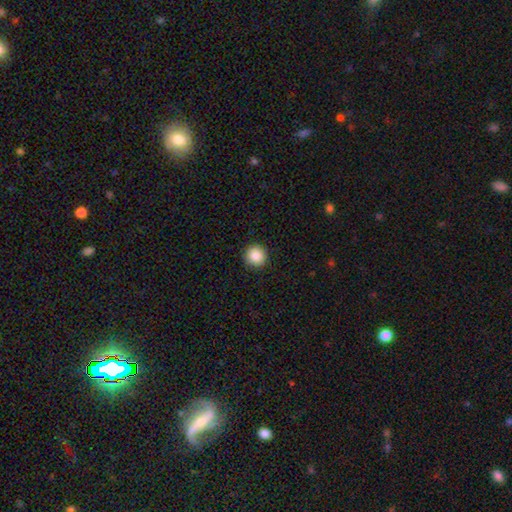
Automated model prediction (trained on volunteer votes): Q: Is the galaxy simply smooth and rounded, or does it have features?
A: smooth — 88%.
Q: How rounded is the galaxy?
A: round — 95%.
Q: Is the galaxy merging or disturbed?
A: none — 93%.